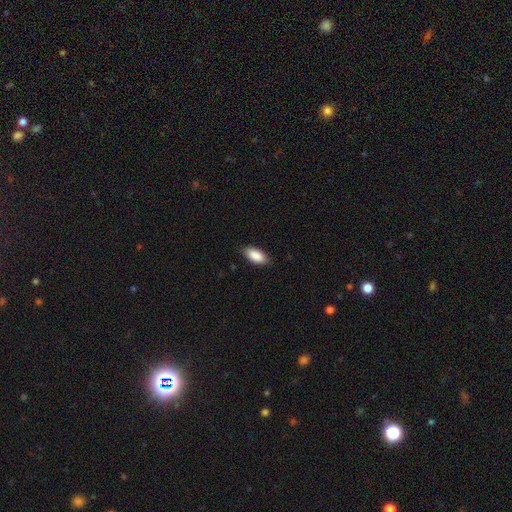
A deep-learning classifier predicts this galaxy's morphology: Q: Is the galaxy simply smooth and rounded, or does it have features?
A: smooth — 89%.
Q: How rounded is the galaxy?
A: in between — 90%.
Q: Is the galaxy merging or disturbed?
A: none — 84%.